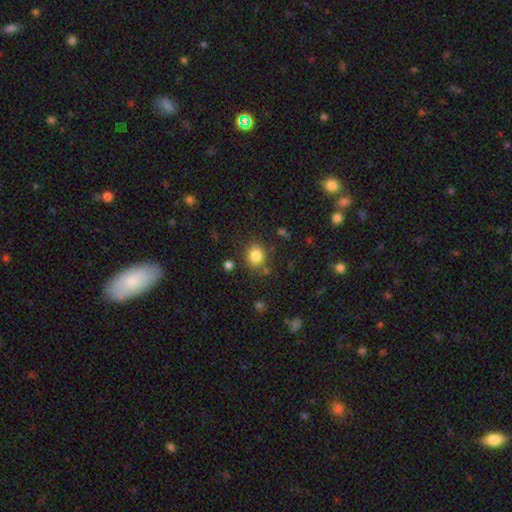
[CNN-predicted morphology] smooth 83%, star or artifact 11%, featured or disk 6%. Down the decision tree: how rounded — round (73%); merging — none (80%).